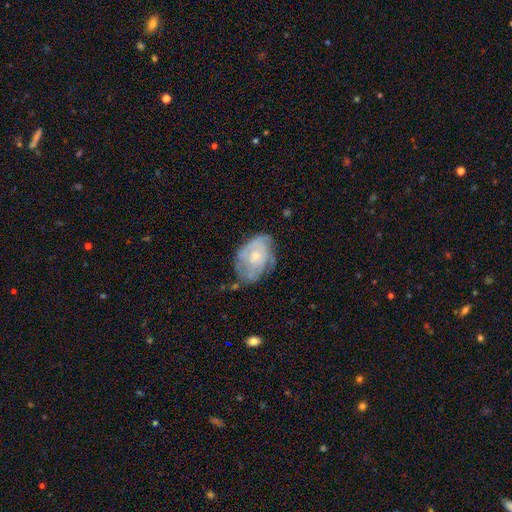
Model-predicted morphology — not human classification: featured or disk 63%, smooth 30%, star or artifact 7%. Down the decision tree: edge-on disk — no (97%); bar — no (84%); spiral arms — yes (65%); bulge size — small (66%); merging — none (50%).